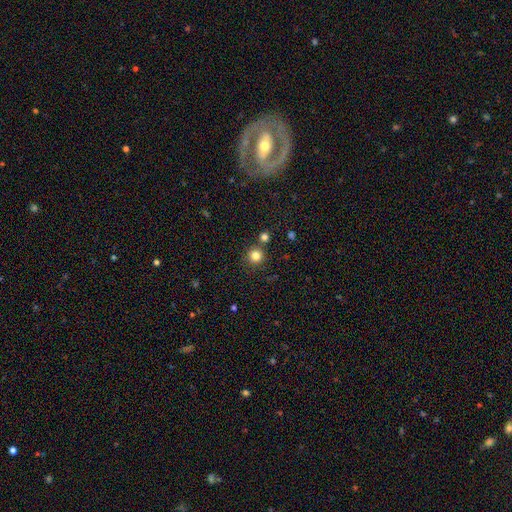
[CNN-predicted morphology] Smooth or featured? Predicted: smooth (p=0.81). How rounded? Predicted: round (p=0.94). Merging? Predicted: none (p=0.79).